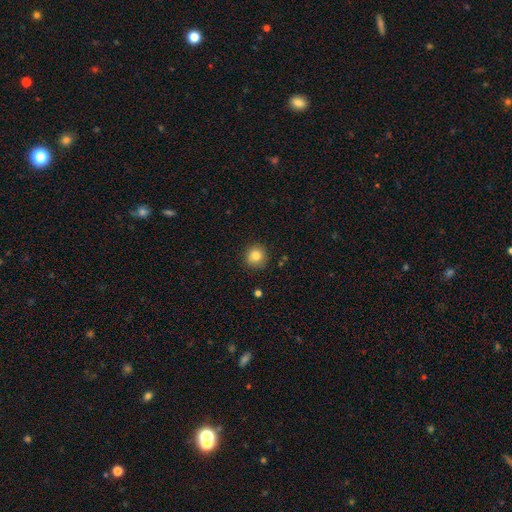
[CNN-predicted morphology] This is clearly a smooth galaxy (83%). How rounded: clearly round (92%). Merging: clearly none (87%).